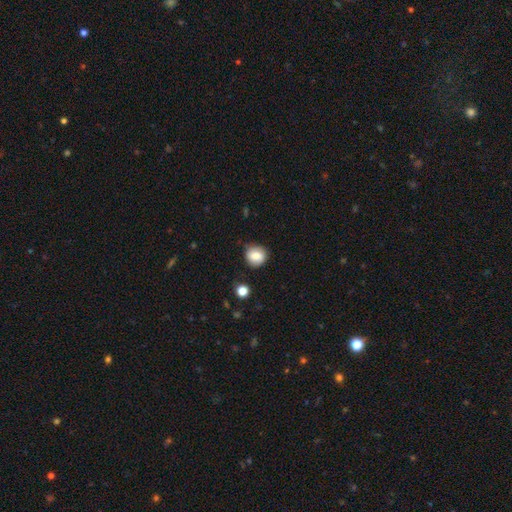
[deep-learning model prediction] Morphology: type=smooth (79%); roundness=round (84%); merging=none (79%).